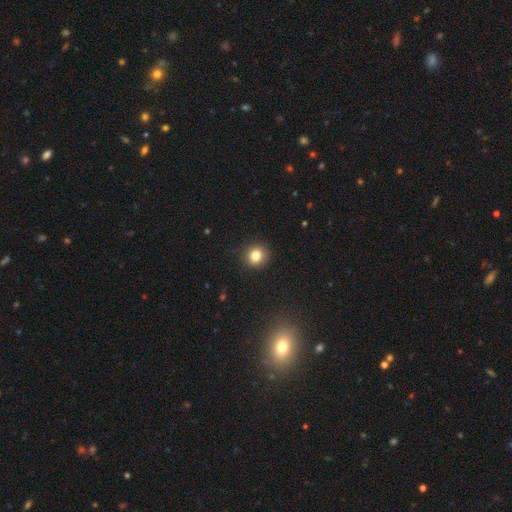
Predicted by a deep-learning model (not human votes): smooth_or_featured: smooth (p=0.83) [alt: star or artifact p=0.12]
how_rounded: round (p=0.85) [alt: in between p=0.14]
merging: none (p=0.90) [alt: minor disturbance p=0.07]